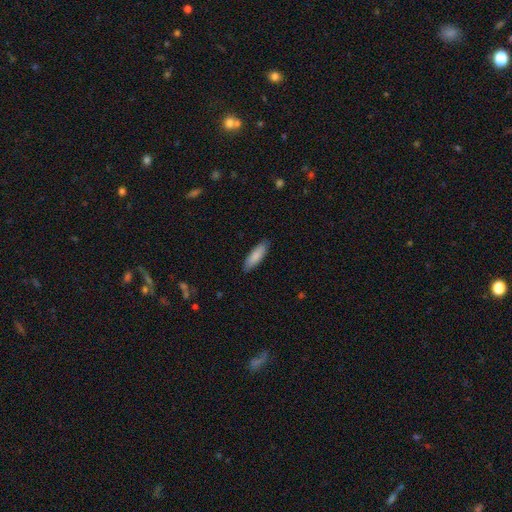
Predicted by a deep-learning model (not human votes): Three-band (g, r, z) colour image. It shows a smooth galaxy with no disk features (86%) that is cigar-shaped (54%). Merging: none (87%).